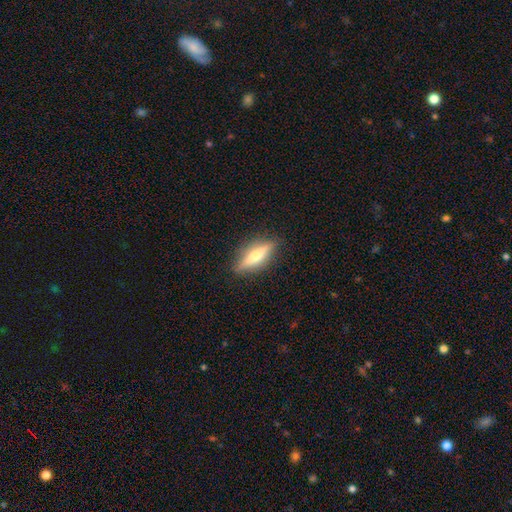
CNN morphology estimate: This appears to be a featured or disk galaxy (58%) viewed edge-on (93%) with a rounded central bulge (89%). Merging: none (88%).